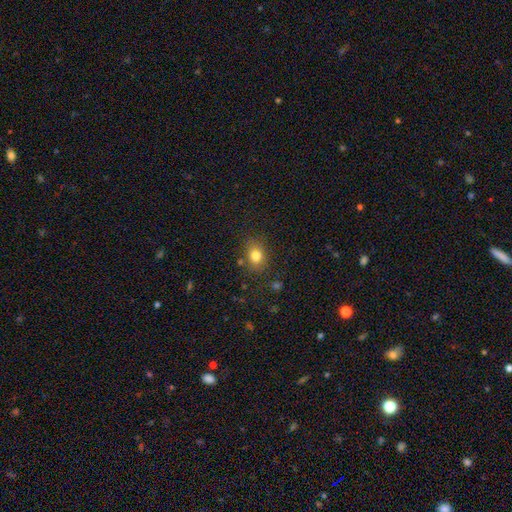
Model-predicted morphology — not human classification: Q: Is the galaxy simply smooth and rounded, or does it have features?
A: smooth — 80%.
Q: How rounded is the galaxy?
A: in between — 54%.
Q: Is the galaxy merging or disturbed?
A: none — 79%.